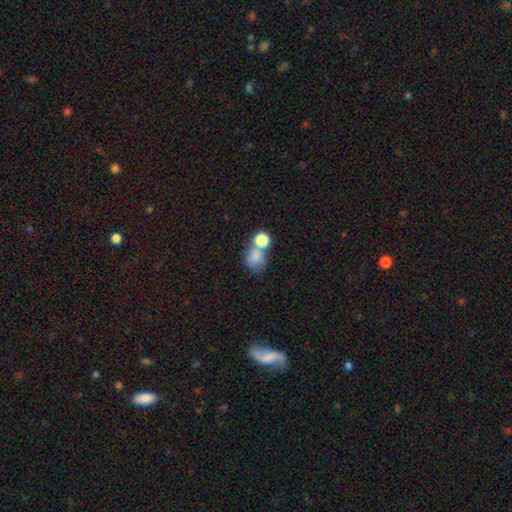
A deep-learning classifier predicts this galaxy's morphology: Q: Smooth or featured?
A: smooth (76%); runner-up: star or artifact (13%)
Q: How rounded?
A: round (63%); runner-up: in between (36%)
Q: Merging?
A: merger (43%); runner-up: none (38%)